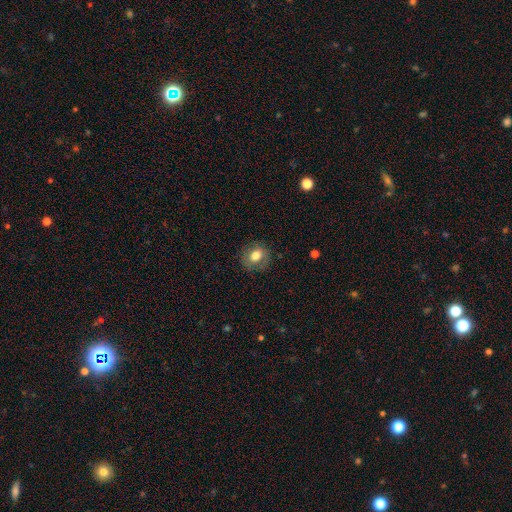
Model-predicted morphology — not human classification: Smooth or featured? Predicted: smooth (p=0.71). How rounded? Predicted: round (p=0.68). Merging? Predicted: none (p=0.82).